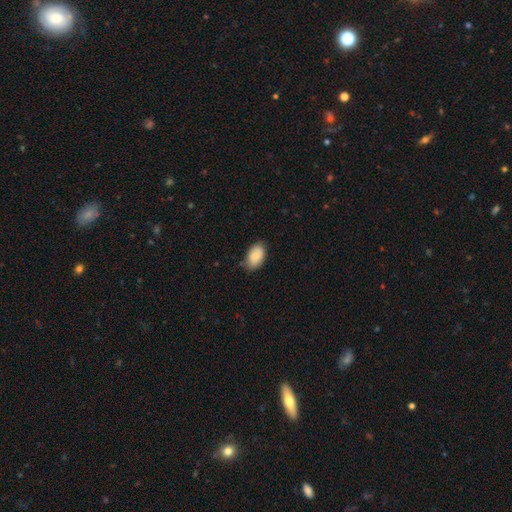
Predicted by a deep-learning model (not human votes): This appears to be a smooth galaxy with no disk features (86%) that is in between round and cigar-shaped (92%). Merging: none (75%).